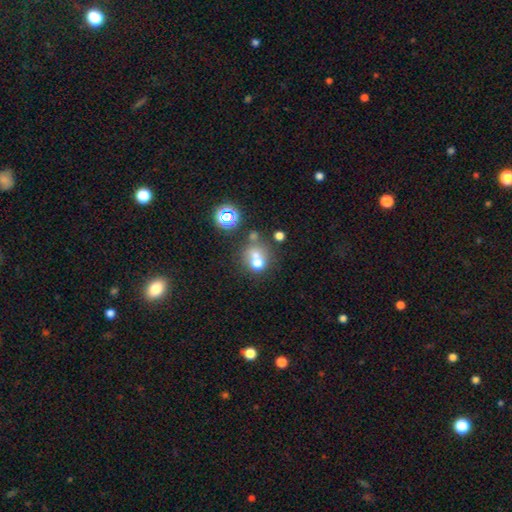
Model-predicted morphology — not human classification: Smooth or featured?
  - smooth: 60% *
  - star or artifact: 23%
  - featured or disk: 18%
How rounded?
  - round: 78% *
  - in between: 21%
  - cigar-shaped: 1%
Merging?
  - none: 44% *
  - merger: 41%
  - minor disturbance: 10%
  - major disturbance: 6%